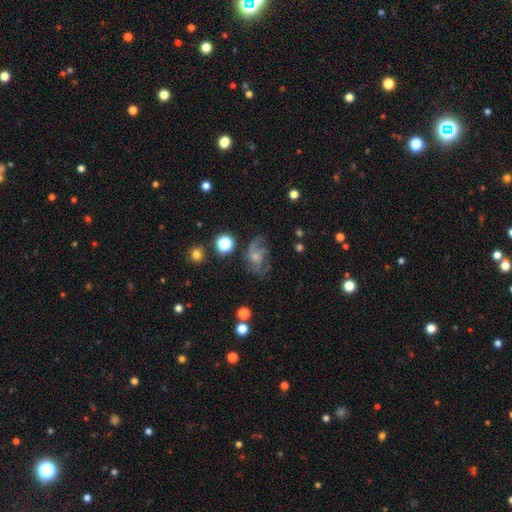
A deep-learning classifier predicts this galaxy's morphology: Q: Smooth or featured?
A: featured or disk (60%); runner-up: smooth (27%)
Q: Edge-on disk?
A: no (97%); runner-up: yes (3%)
Q: Bar?
A: no (74%); runner-up: weak (22%)
Q: Spiral arms?
A: yes (77%); runner-up: no (23%)
Q: Bulge size?
A: small (45%); runner-up: moderate (37%)
Q: Merging?
A: none (47%); runner-up: major disturbance (27%)